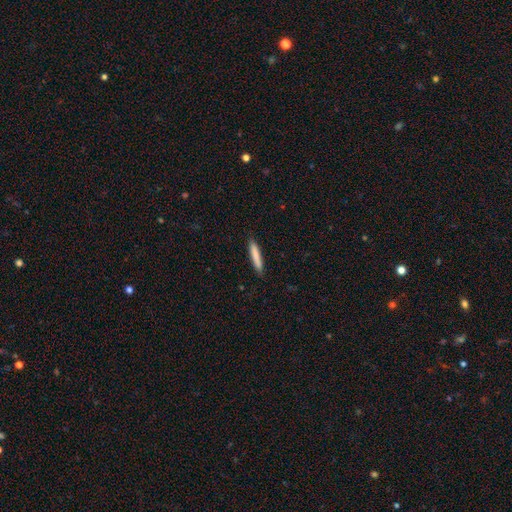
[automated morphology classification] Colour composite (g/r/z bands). It shows a smooth galaxy with no disk features (82%) that is cigar-shaped (93%). Merging: none (90%).